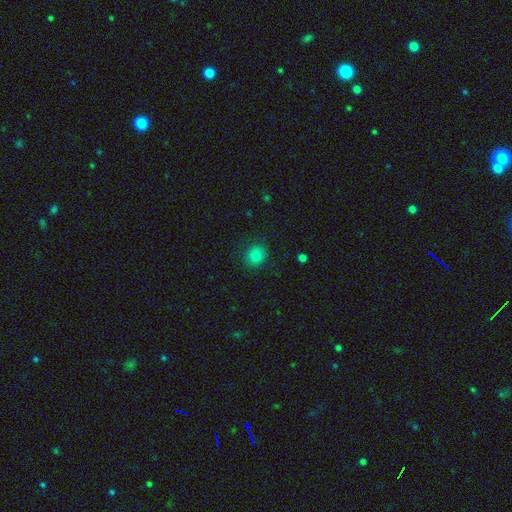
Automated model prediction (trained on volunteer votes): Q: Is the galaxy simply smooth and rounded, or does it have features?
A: smooth — 84%.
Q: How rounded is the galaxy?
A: round — 82%.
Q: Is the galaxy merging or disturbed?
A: none — 88%.